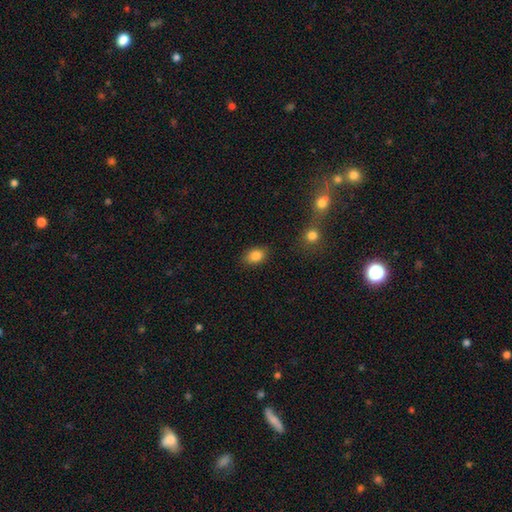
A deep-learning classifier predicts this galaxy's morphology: smooth 85%, star or artifact 9%, featured or disk 6%. Down the decision tree: how rounded — in between (83%); merging — none (85%).